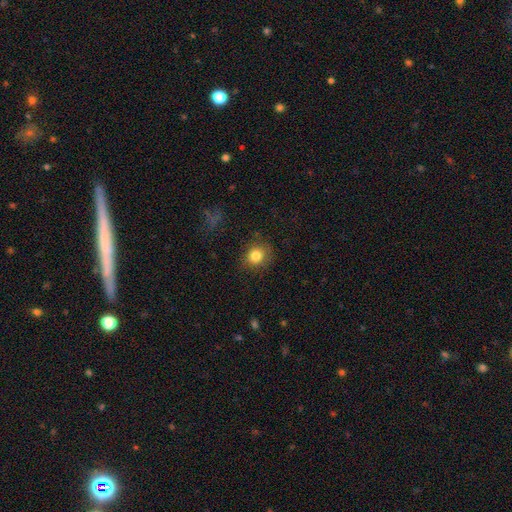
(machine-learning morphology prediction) This is clearly a smooth galaxy (82%). How rounded: likely round (78%). Merging: clearly none (82%).